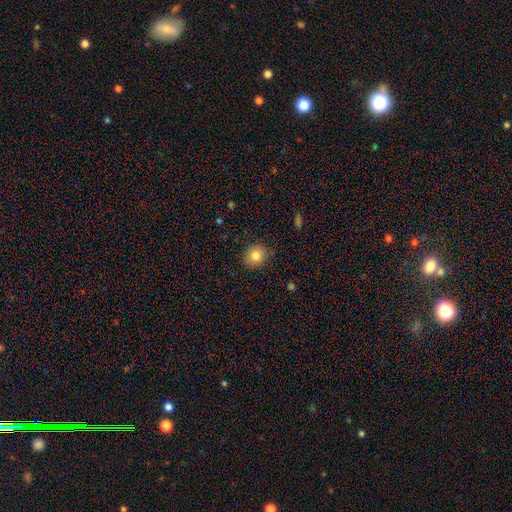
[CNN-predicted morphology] type=smooth (82%); roundness=round (76%); merging=none (87%).